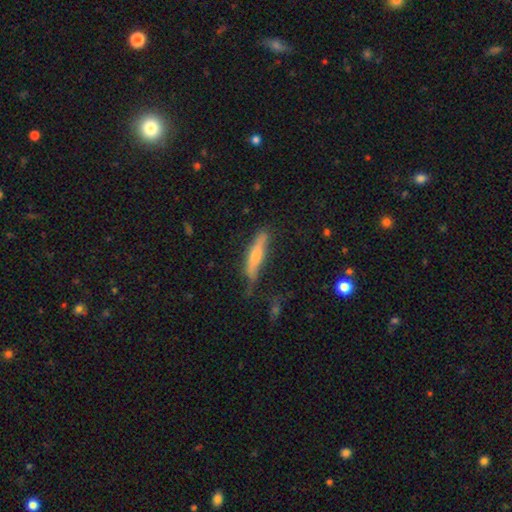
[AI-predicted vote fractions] Smooth or featured? Predicted: smooth (p=0.62). How rounded? Predicted: cigar-shaped (p=0.84). Merging? Predicted: none (p=0.64).